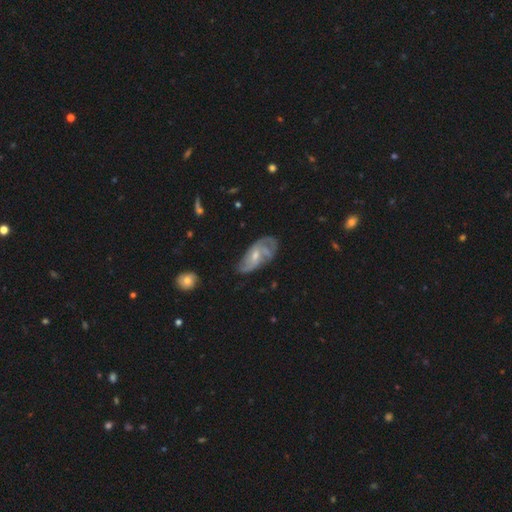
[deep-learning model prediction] Q: Smooth or featured?
A: featured or disk (73%); runner-up: smooth (21%)
Q: Edge-on disk?
A: no (94%); runner-up: yes (6%)
Q: Bar?
A: no (49%); runner-up: weak (42%)
Q: Spiral arms?
A: yes (86%); runner-up: no (14%)
Q: Spiral winding?
A: medium (44%); runner-up: tight (34%)
Q: Spiral arm count?
A: 2 (35%); runner-up: can't tell (31%)
Q: Bulge size?
A: moderate (47%); runner-up: small (46%)
Q: Merging?
A: none (55%); runner-up: minor disturbance (28%)